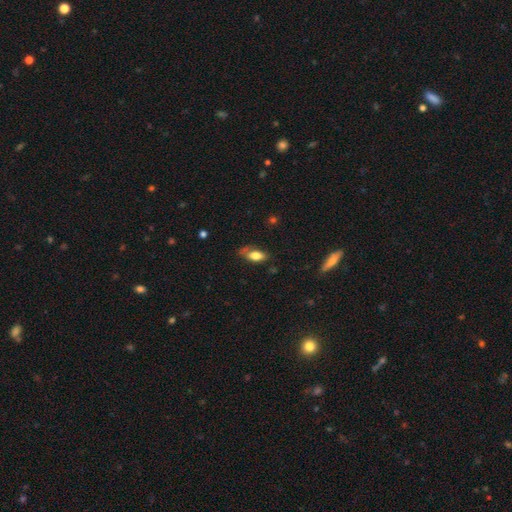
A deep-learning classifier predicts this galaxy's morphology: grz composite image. It shows a smooth galaxy with no disk features (75%) that is in between round and cigar-shaped (86%). Merging: none (53%).